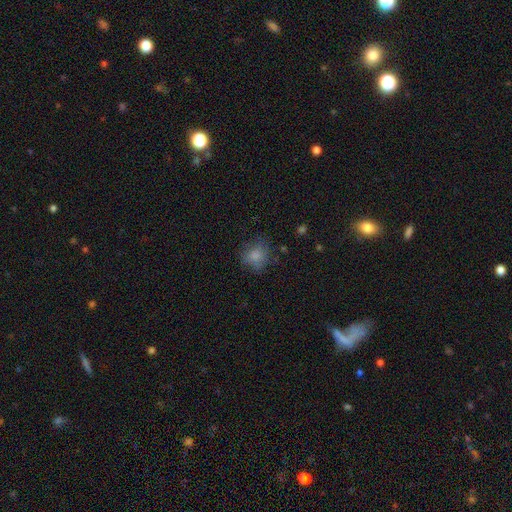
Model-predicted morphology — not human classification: Smooth or featured? Predicted: smooth (p=0.80). How rounded? Predicted: round (p=0.71). Merging? Predicted: none (p=0.67).